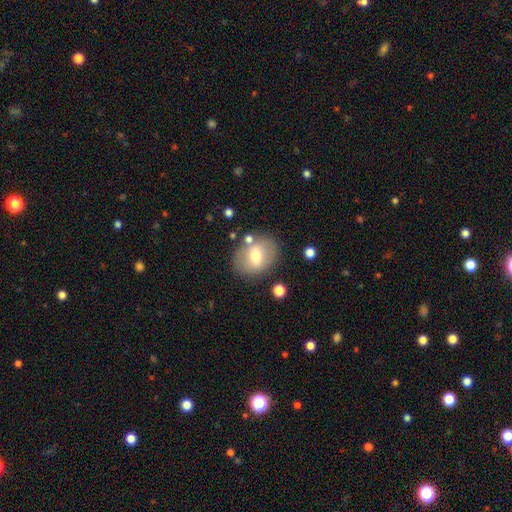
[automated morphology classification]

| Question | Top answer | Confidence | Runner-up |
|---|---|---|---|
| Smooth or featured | smooth | 59% | featured or disk (32%) |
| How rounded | in between | 54% | round (45%) |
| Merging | none | 76% | minor disturbance (14%) |